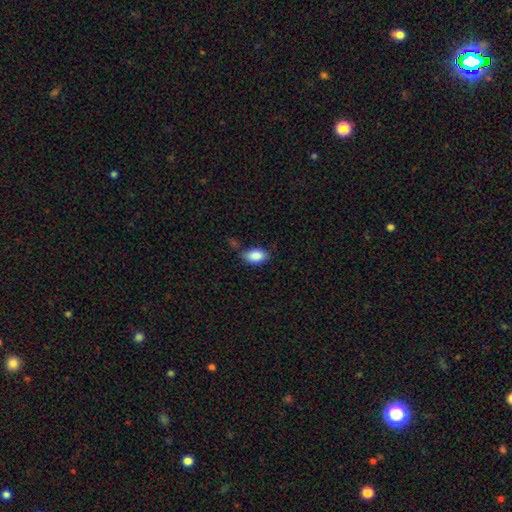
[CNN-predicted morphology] type=smooth (88%); roundness=in between (90%); merging=none (60%).